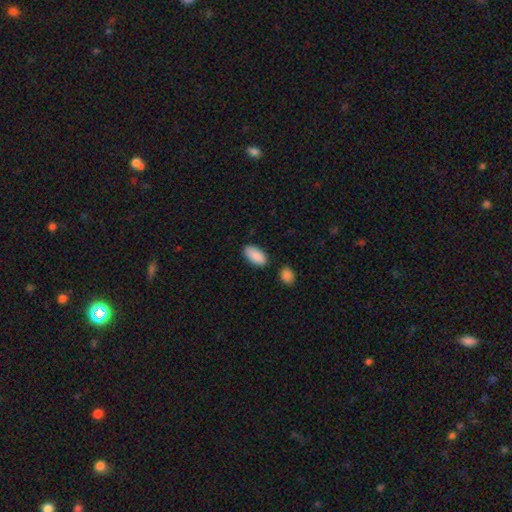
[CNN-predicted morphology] The model was most divided on "merging": none: 81%, minor disturbance: 11%, merger: 5%, major disturbance: 3%. More confident: how rounded — in between (93%); smooth or featured — smooth (90%).